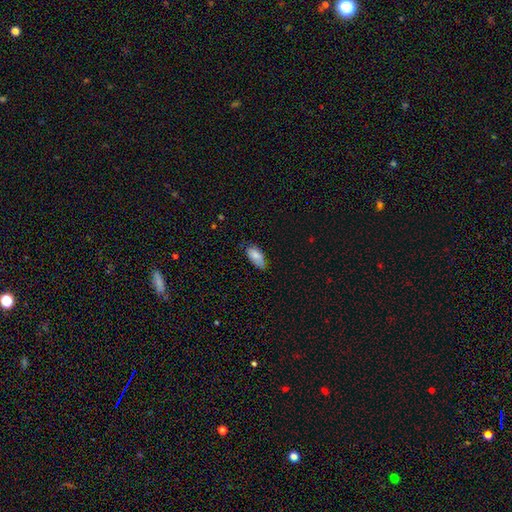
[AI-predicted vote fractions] A smooth galaxy with no disk features (81%) that is in between round and cigar-shaped (90%).

Vote fractions:
- Smooth or featured? smooth: 81% / featured or disk: 12% / star or artifact: 7%
- How rounded? in between: 90% / cigar-shaped: 8% / round: 2%
- Merging? none: 57% / minor disturbance: 35% / major disturbance: 7% / merger: 2%